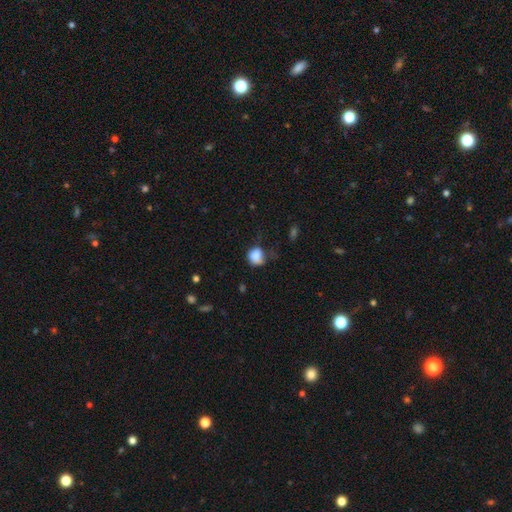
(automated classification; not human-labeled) Smooth or featured: smooth — 81% (featured or disk — 10%)
How rounded: round — 64% (in between — 35%)
Merging: minor disturbance — 36% (none — 34%)